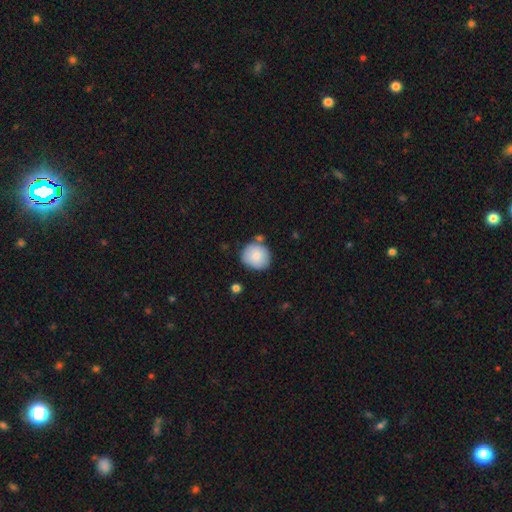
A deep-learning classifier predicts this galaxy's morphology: smooth 85%, featured or disk 8%, star or artifact 7%. Down the decision tree: how rounded — round (85%); merging — none (73%).